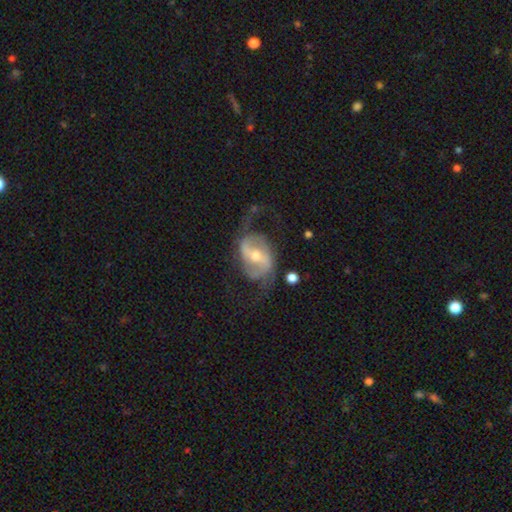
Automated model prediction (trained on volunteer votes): smooth-or-featured: featured or disk: 84% | smooth: 11% | star or artifact: 6%
  disk-edge-on: no: 96% | yes: 4%
    bar: strong: 43% | weak: 39% | no: 18%
    has-spiral-arms: yes: 90% | no: 10%
      spiral-winding: loose: 48% | medium: 39% | tight: 13%
      spiral-arm-count: 2: 87% | can't tell: 6% | 1: 3% | 3: 2% | 4: 1% | more than 4: 1%
    bulge-size: moderate: 59% | small: 36% | large: 3% | none: 1% | dominant: 1%
  merging: none: 59% | major disturbance: 20% | minor disturbance: 19% | merger: 2%